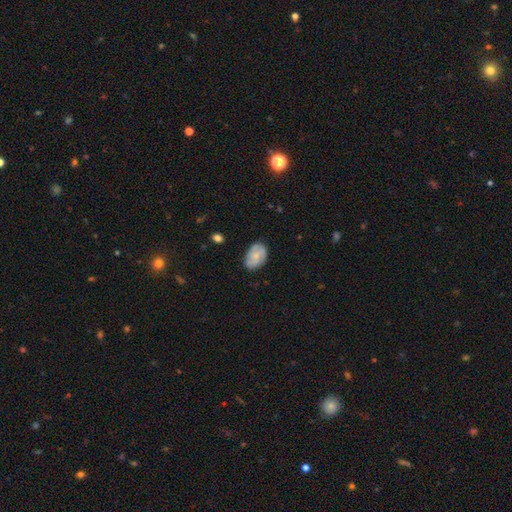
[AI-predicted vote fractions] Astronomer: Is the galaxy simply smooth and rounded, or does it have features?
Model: smooth — 56% (runner-up: featured or disk, 37%).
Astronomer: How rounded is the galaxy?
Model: in between — 85%.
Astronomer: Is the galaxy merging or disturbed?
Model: none — 73%.